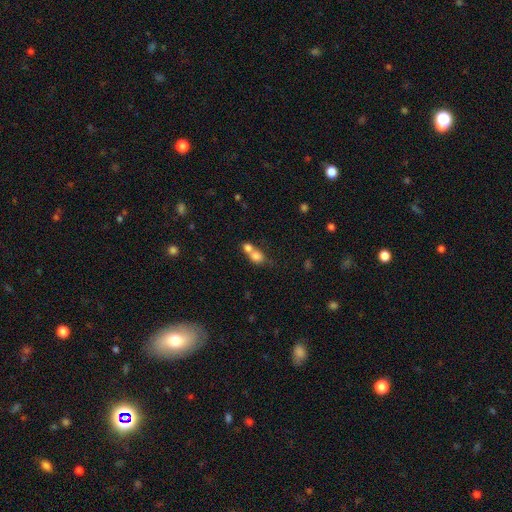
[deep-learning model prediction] smooth 76%, featured or disk 14%, star or artifact 10%. Down the decision tree: how rounded — round (62%); merging — merger (67%).